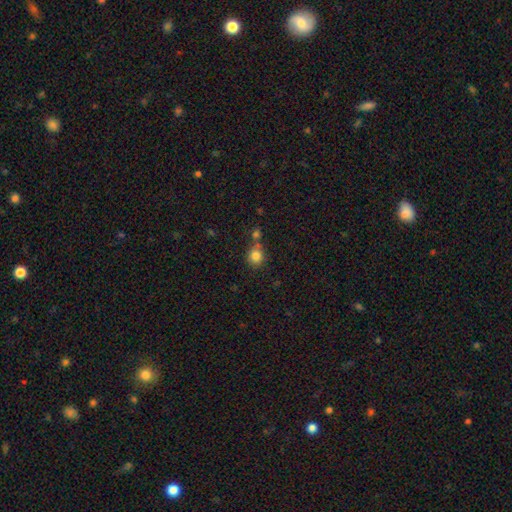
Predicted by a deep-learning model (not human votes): smooth-or-featured: smooth: 82% | star or artifact: 11% | featured or disk: 7%
  how-rounded: round: 82% | in between: 17% | cigar-shaped: 1%
  merging: none: 60% | merger: 25% | minor disturbance: 11% | major disturbance: 4%